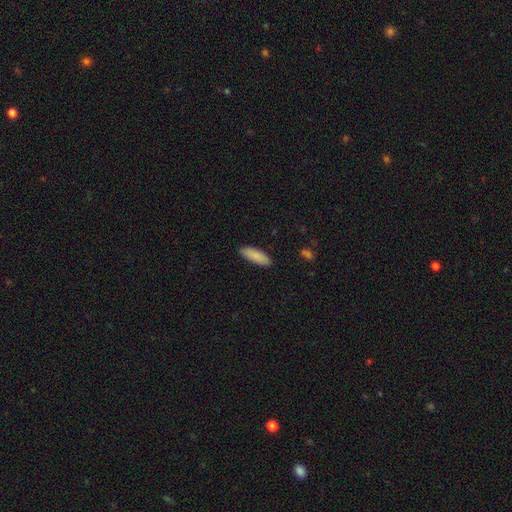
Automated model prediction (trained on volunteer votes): Smooth or featured? smooth (88%)
How rounded? in between (54%)
Merging? none (89%)